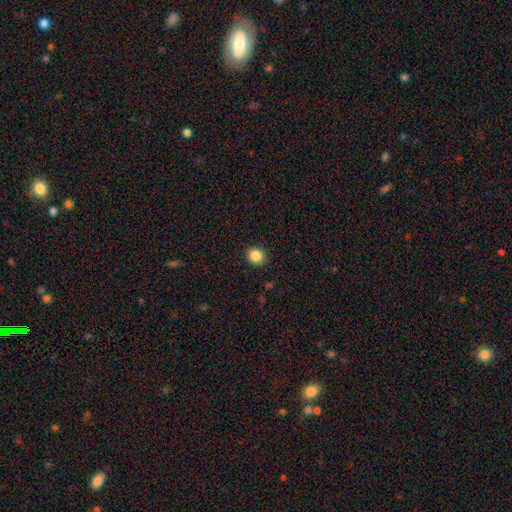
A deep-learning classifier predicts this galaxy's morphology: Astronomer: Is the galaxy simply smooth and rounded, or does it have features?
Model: smooth — 86%.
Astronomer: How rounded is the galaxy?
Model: round — 88%.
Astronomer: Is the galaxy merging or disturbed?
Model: none — 91%.